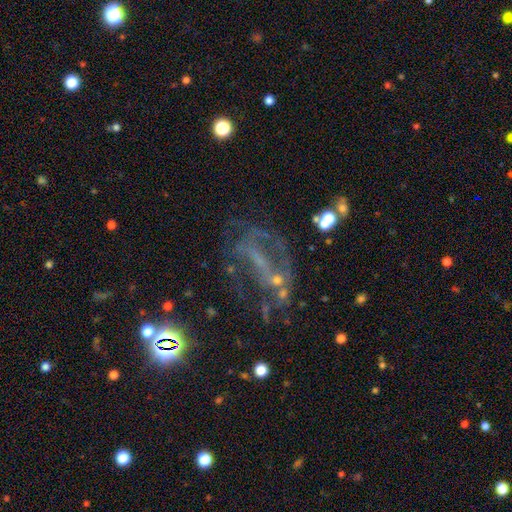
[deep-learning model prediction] Overall: featured or disk (63%). Edge-on disk: no (94%). Bar: no (39%; weak 34%). Spiral arms: yes (51%; no 49%). Bulge size: none (43%; small 41%). Merging: none (42%; major disturbance 31%).